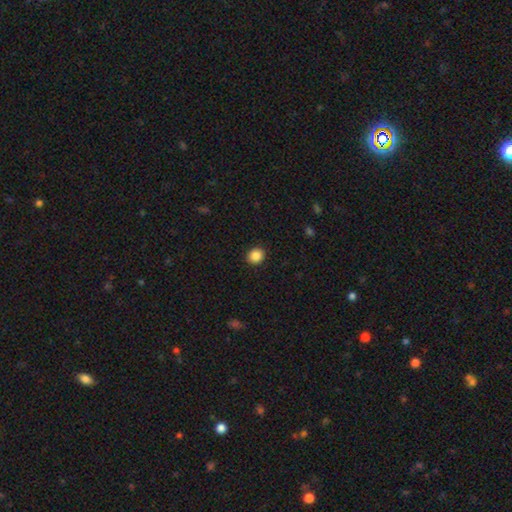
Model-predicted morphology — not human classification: Smooth or featured?
  - smooth: 87% *
  - star or artifact: 9%
  - featured or disk: 3%
How rounded?
  - round: 76% *
  - in between: 23%
  - cigar-shaped: 1%
Merging?
  - none: 91% *
  - minor disturbance: 6%
  - major disturbance: 2%
  - merger: 1%